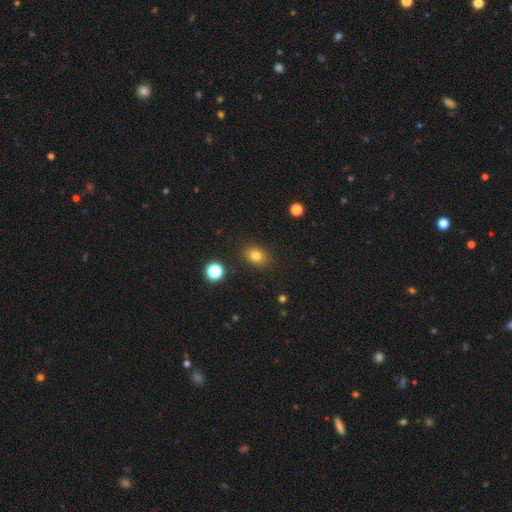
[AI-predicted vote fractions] Morphology: type=smooth (80%); roundness=in between (61%); merging=none (87%).